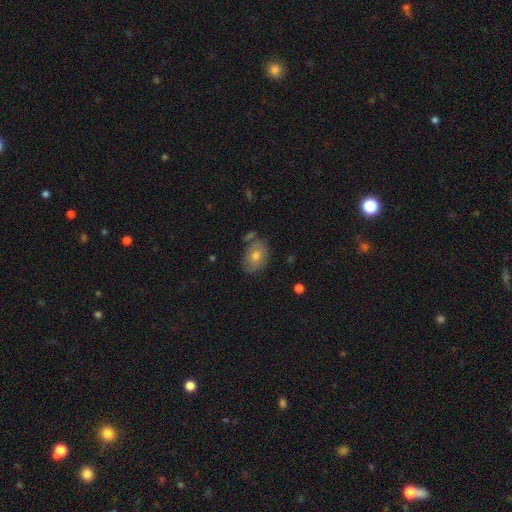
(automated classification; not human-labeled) Smooth or featured?
  - smooth: 65% *
  - featured or disk: 25%
  - star or artifact: 10%
How rounded?
  - in between: 76% *
  - round: 22%
  - cigar-shaped: 1%
Merging?
  - none: 73% *
  - minor disturbance: 17%
  - merger: 6%
  - major disturbance: 4%